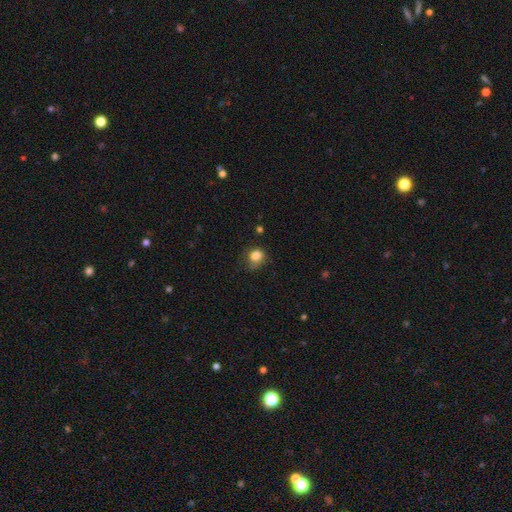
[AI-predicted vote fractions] Smooth or featured? smooth (81%)
How rounded? round (58%)
Merging? none (48%)